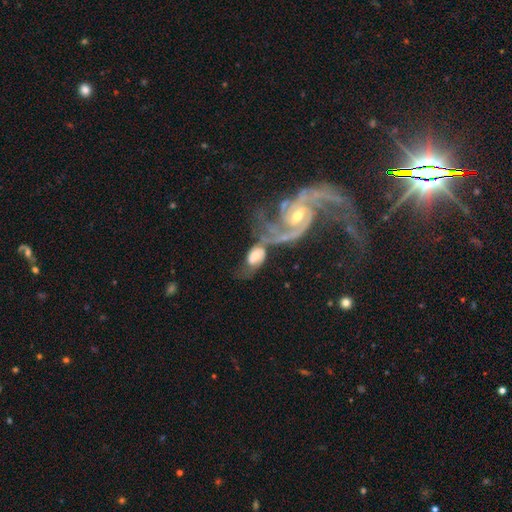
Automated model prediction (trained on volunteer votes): A featured or disk galaxy (66%) with no bar (46%), 2 (71%) medium (41%) spiral arms (86%) and a moderate central bulge (49%).

Vote fractions:
- Smooth or featured? featured or disk: 66% / smooth: 27% / star or artifact: 7%
- Edge-on disk? no: 96% / yes: 4%
- Bar? no: 46% / weak: 38% / strong: 16%
- Spiral arms? yes: 86% / no: 14%
- Spiral winding? medium: 41% / loose: 30% / tight: 28%
- Spiral arm count? 2: 71% / can't tell: 11% / 1: 11% / 3: 3% / 4: 2% / more than 4: 2%
- Bulge size? moderate: 49% / small: 30% / large: 14% / none: 5% / dominant: 2%
- Merging? merger: 56% / major disturbance: 18% / none: 16% / minor disturbance: 11%